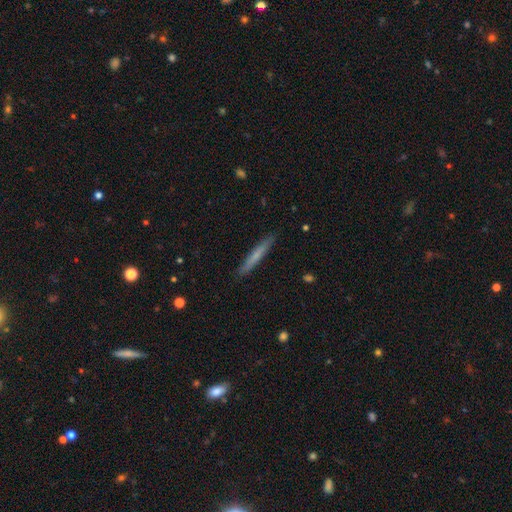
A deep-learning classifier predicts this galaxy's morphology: Overall: smooth (62%; featured or disk 32%). How rounded: cigar-shaped (96%). Merging: none (90%).